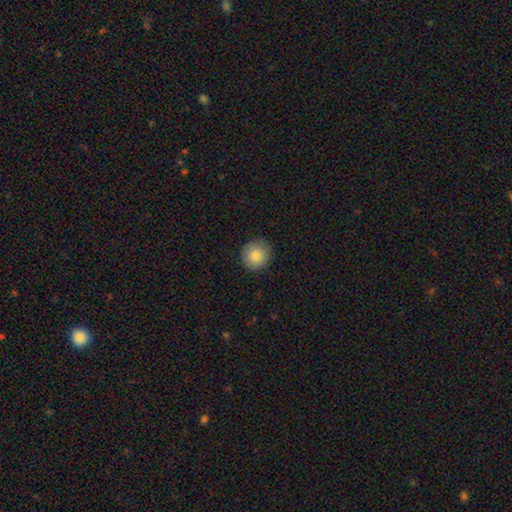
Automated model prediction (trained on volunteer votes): Smooth or featured? Predicted: smooth (p=0.86). How rounded? Predicted: round (p=0.91). Merging? Predicted: none (p=0.87).